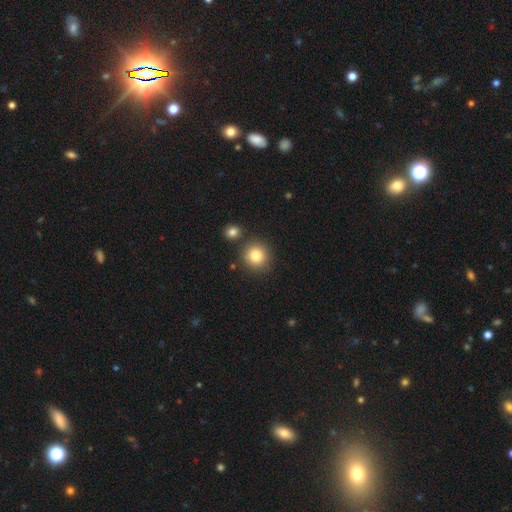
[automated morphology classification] type=smooth (83%); roundness=round (91%); merging=none (82%).